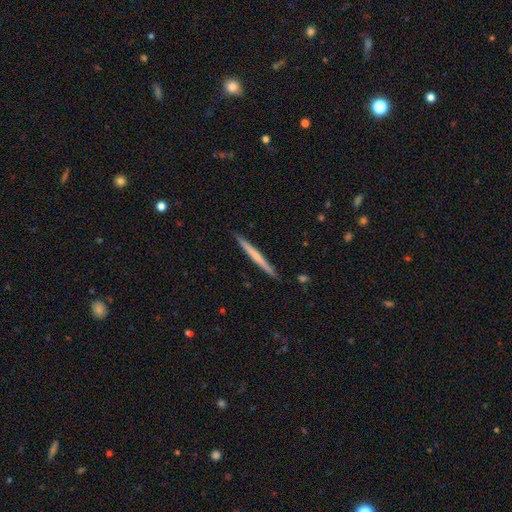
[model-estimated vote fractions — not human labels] A smooth galaxy with no disk features (49%).

Vote fractions:
- Smooth or featured? smooth: 49% / featured or disk: 46% / star or artifact: 5%
- Merging? none: 91% / minor disturbance: 6% / major disturbance: 1% / merger: 1%